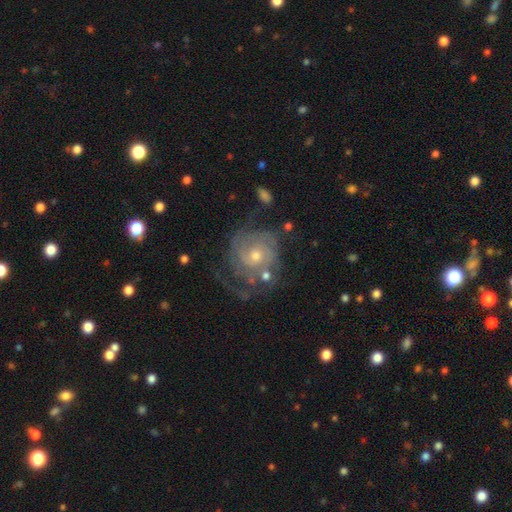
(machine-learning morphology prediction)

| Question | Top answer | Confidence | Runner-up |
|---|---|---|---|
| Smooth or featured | featured or disk | 78% | smooth (14%) |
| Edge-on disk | no | 97% | yes (3%) |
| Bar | no | 78% | weak (19%) |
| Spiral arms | yes | 89% | no (11%) |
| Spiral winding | tight | 63% | medium (27%) |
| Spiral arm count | can't tell | 43% | 2 (23%) |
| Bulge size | moderate | 50% | small (45%) |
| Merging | none | 54% | minor disturbance (21%) |